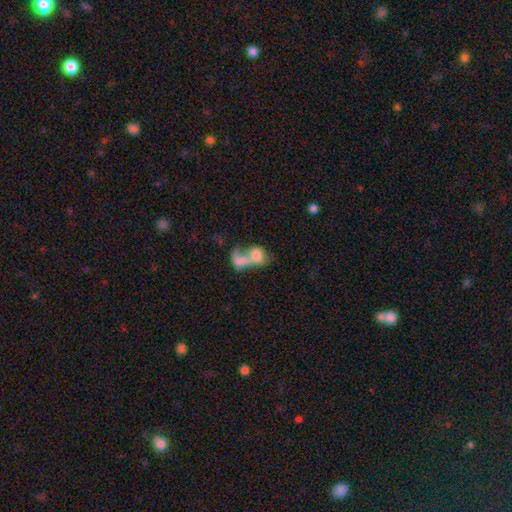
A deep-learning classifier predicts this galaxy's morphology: smooth-or-featured: smooth: 64% | featured or disk: 26% | star or artifact: 10%
  how-rounded: in between: 71% | round: 26% | cigar-shaped: 3%
  merging: merger: 74% | major disturbance: 11% | none: 10% | minor disturbance: 5%